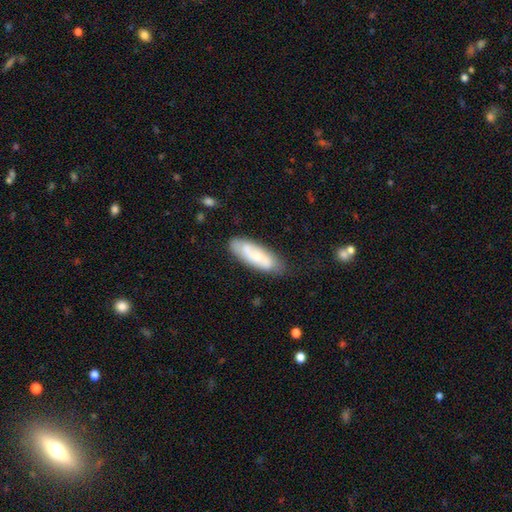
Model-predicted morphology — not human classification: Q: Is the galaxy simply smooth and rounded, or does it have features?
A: smooth — 48%.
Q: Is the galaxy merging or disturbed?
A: none — 74%.